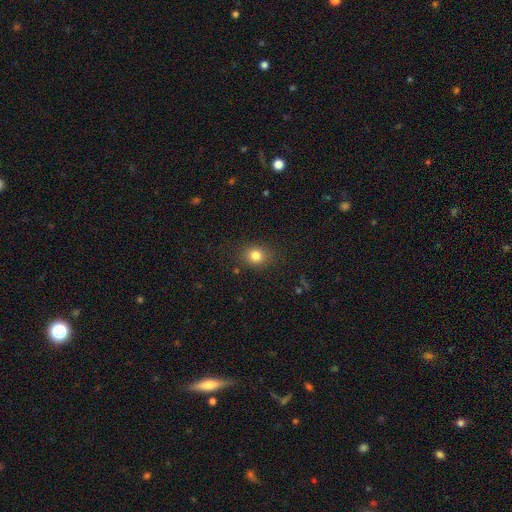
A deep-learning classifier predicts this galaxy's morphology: A smooth galaxy with no disk features (81%) that is round (69%).

Vote fractions:
- Smooth or featured? smooth: 81% / star or artifact: 13% / featured or disk: 7%
- How rounded? round: 69% / in between: 30% / cigar-shaped: 1%
- Merging? none: 85% / minor disturbance: 10% / major disturbance: 3% / merger: 1%